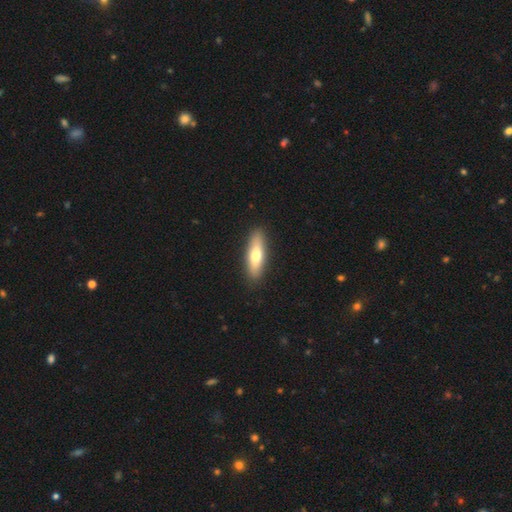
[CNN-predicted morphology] smooth_or_featured: smooth (p=0.67) [alt: featured or disk p=0.28]
how_rounded: cigar-shaped (p=0.55) [alt: in between p=0.43]
merging: none (p=0.89) [alt: minor disturbance p=0.08]